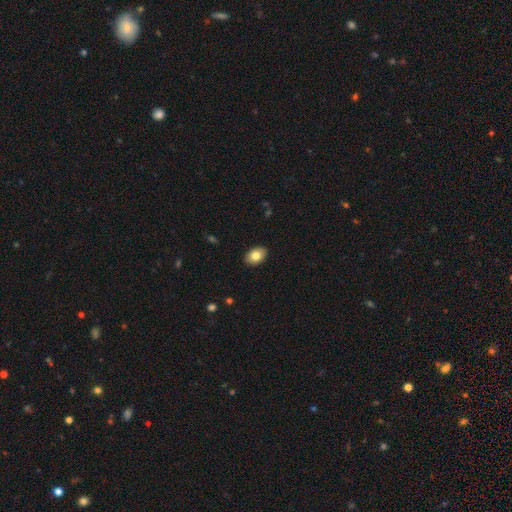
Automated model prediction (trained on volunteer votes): Morphology: type=smooth (81%); roundness=in between (84%); merging=none (90%).